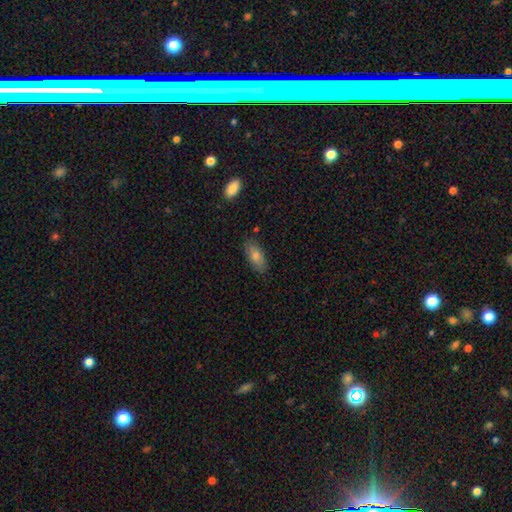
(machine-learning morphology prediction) This appears to be a smooth galaxy with no disk features (76%) that is in between round and cigar-shaped (84%). Merging: none (83%).